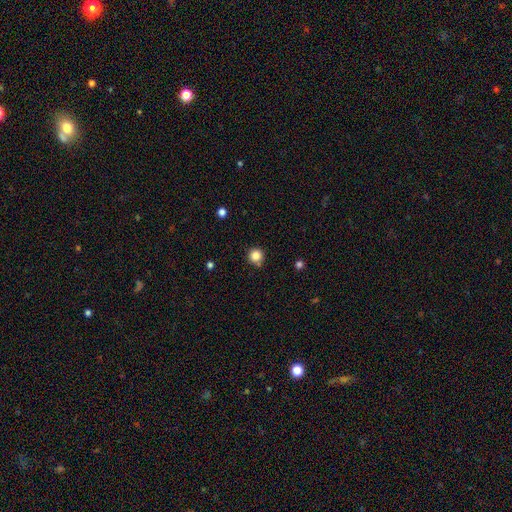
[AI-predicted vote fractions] Overall: smooth (85%). How rounded: round (95%). Merging: none (84%).